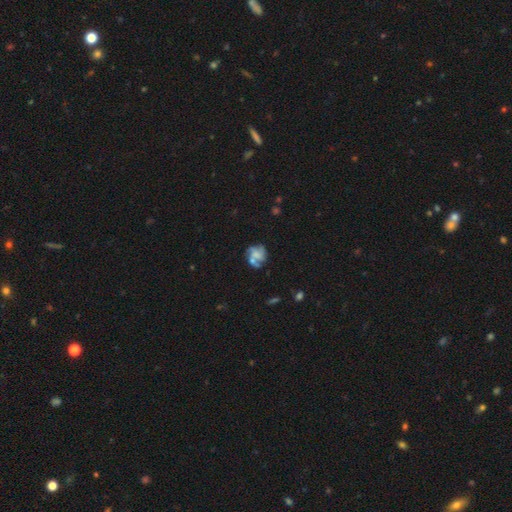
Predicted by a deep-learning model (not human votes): A featured or disk galaxy (60%) with no bar (71%), spiral arms (77%) and no central bulge (34%). Merging: none (48%).